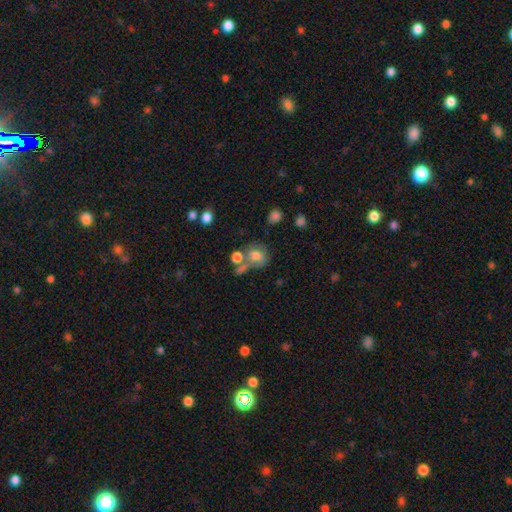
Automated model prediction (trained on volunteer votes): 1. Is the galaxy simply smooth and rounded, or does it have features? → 71% smooth, 19% featured or disk, 11% star or artifact.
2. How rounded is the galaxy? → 65% round, 34% in between, 1% cigar-shaped.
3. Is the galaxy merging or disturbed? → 40% none, 31% merger, 17% minor disturbance, 12% major disturbance.